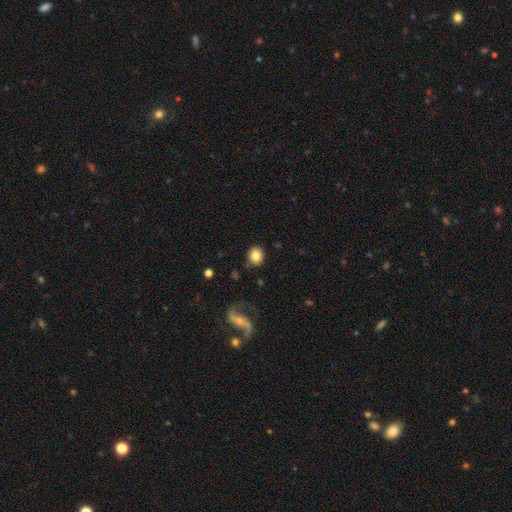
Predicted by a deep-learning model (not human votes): Q: Smooth or featured?
A: smooth (80%); runner-up: featured or disk (11%)
Q: How rounded?
A: round (69%); runner-up: in between (30%)
Q: Merging?
A: none (82%); runner-up: minor disturbance (12%)